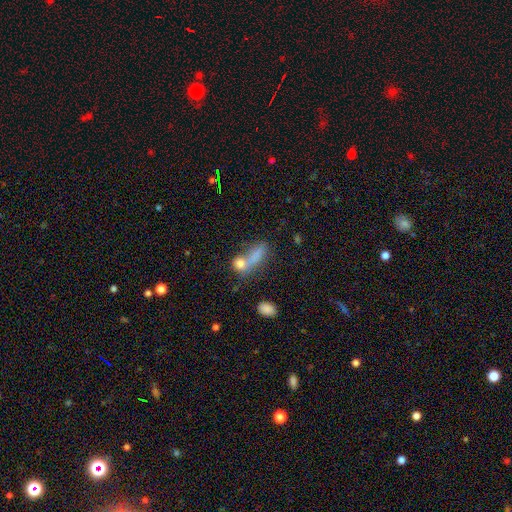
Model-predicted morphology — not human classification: This appears to be a smooth galaxy with no disk features (73%) that is in between round and cigar-shaped (53%). Merging: merger (45%).